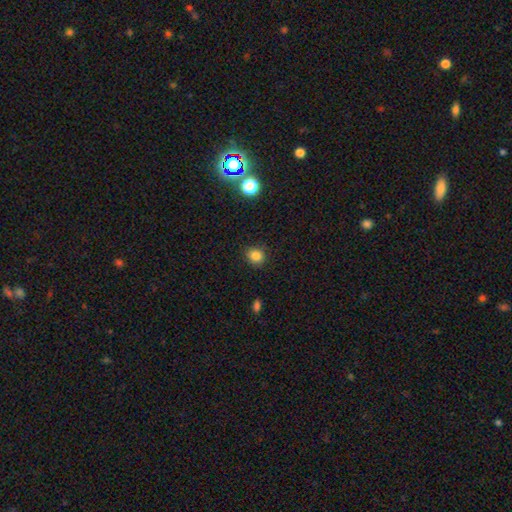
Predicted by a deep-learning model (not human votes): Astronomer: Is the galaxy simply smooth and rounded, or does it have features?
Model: smooth — 83%.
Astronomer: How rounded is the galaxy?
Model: round — 76%.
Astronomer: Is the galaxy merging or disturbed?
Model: none — 87%.